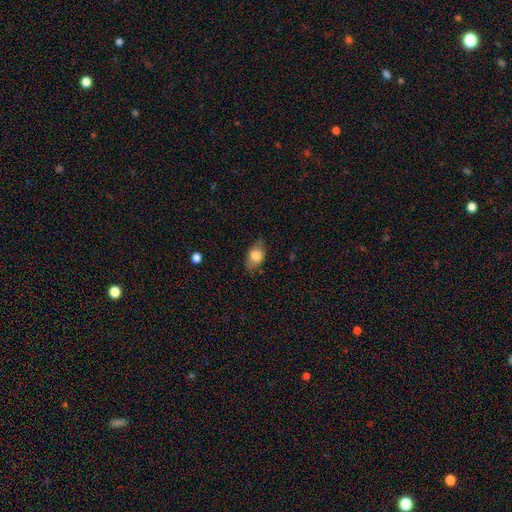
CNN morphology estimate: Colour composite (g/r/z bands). It shows a smooth galaxy with no disk features (75%) that is in between round and cigar-shaped (83%). Merging: none (75%).